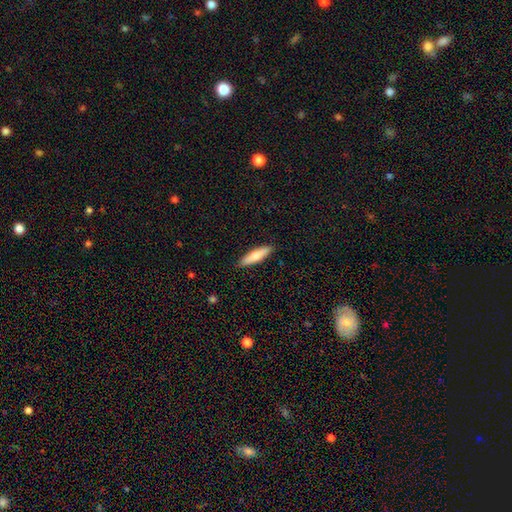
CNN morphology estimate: A smooth galaxy with no disk features (73%) that is cigar-shaped (80%).

Vote fractions:
- Smooth or featured? smooth: 73% / featured or disk: 21% / star or artifact: 5%
- How rounded? cigar-shaped: 80% / in between: 19% / round: 1%
- Merging? none: 90% / minor disturbance: 7% / major disturbance: 2% / merger: 1%